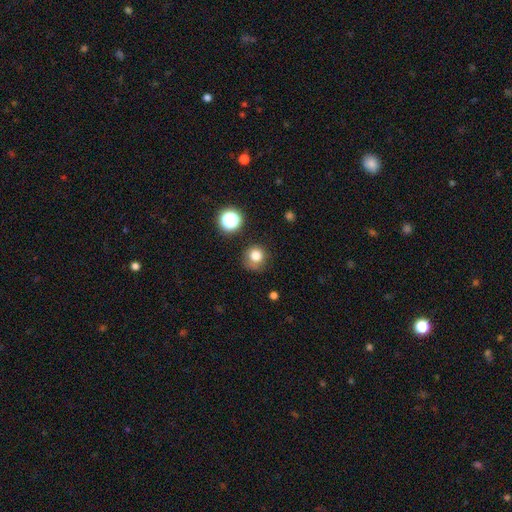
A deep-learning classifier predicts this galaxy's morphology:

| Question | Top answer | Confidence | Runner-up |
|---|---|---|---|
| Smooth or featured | smooth | 79% | star or artifact (14%) |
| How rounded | round | 90% | in between (9%) |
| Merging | none | 75% | minor disturbance (17%) |